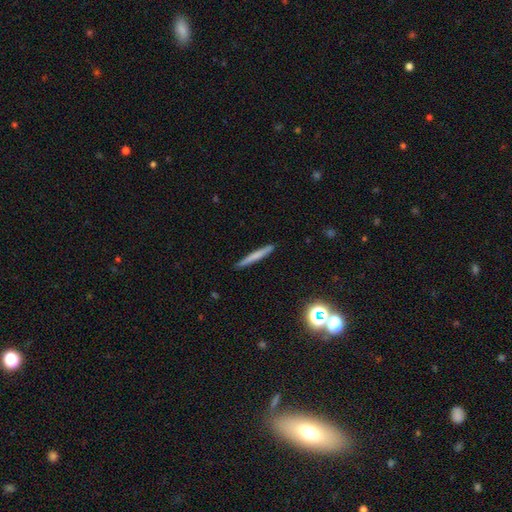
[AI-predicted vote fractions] Morphology: type=smooth (64%); roundness=cigar-shaped (96%); merging=none (91%).